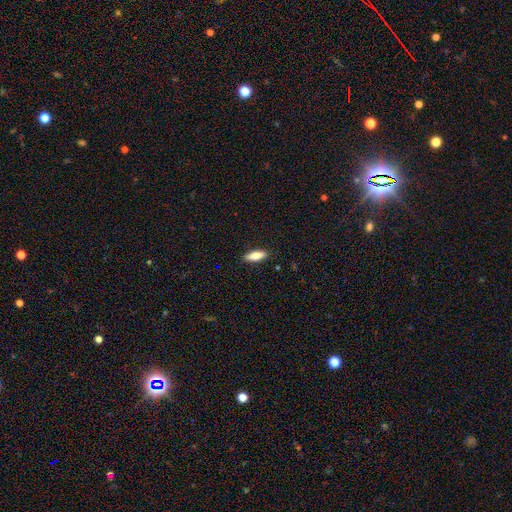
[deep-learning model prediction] Morphology: type=smooth (81%); roundness=in between (58%); merging=none (88%).